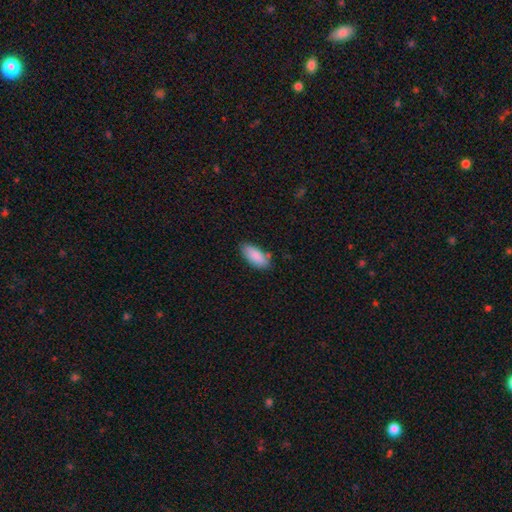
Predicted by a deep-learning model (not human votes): A smooth galaxy with no disk features (89%) that is in between round and cigar-shaped (87%).

Vote fractions:
- Smooth or featured? smooth: 89% / star or artifact: 6% / featured or disk: 5%
- How rounded? in between: 87% / cigar-shaped: 11% / round: 2%
- Merging? none: 75% / minor disturbance: 18% / merger: 3% / major disturbance: 3%